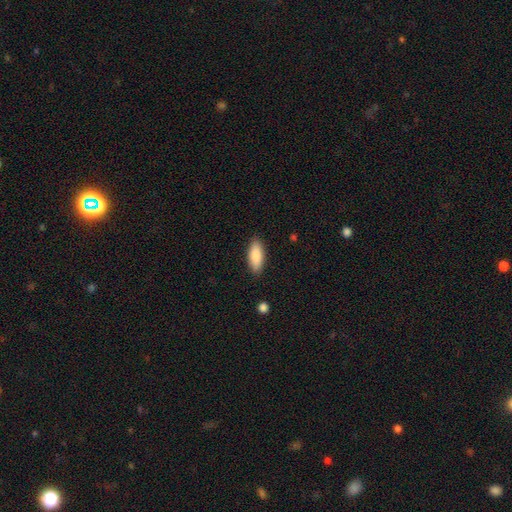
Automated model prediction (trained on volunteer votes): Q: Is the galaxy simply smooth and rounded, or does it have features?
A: smooth — 84%.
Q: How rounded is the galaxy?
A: in between — 77%.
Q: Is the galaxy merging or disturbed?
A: none — 88%.